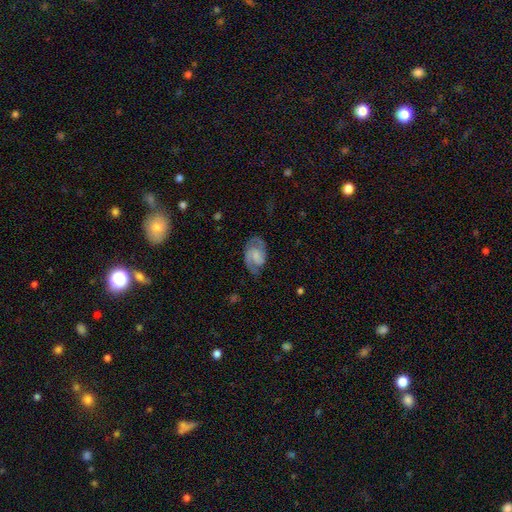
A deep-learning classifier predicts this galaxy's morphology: Smooth or featured? Predicted: featured or disk (p=0.78). Edge-on disk? Predicted: no (p=0.97). Bar? Predicted: no (p=0.45). Spiral arms? Predicted: yes (p=0.96). Spiral winding? Predicted: medium (p=0.50). Spiral arm count? Predicted: 2 (p=0.86). Bulge size? Predicted: small (p=0.38). Merging? Predicted: none (p=0.73).